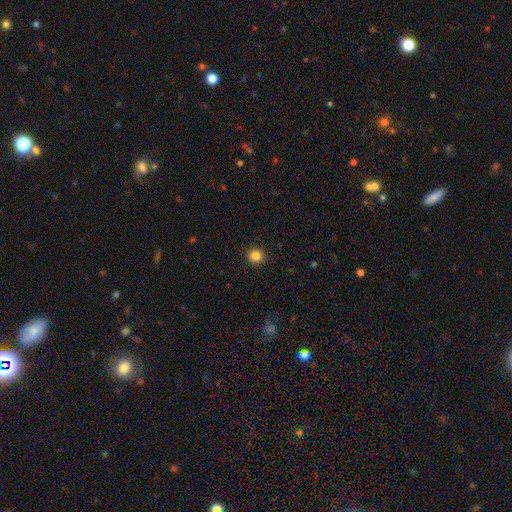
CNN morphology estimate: smooth_or_featured: smooth (p=0.84) [alt: star or artifact p=0.12]
how_rounded: round (p=0.95) [alt: in between p=0.04]
merging: none (p=0.93) [alt: minor disturbance p=0.05]